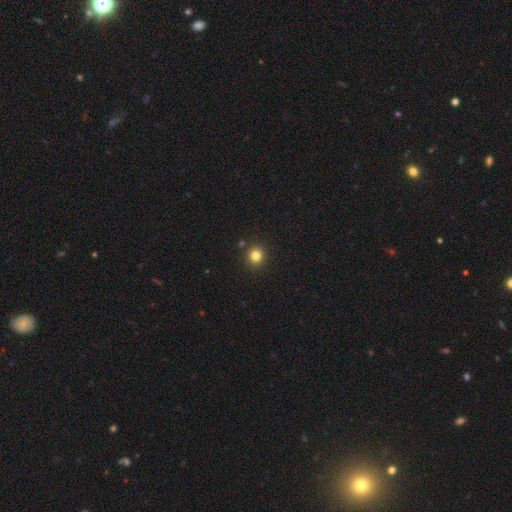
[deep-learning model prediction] smooth 82%, star or artifact 13%, featured or disk 5%. Down the decision tree: how rounded — round (87%); merging — none (89%).